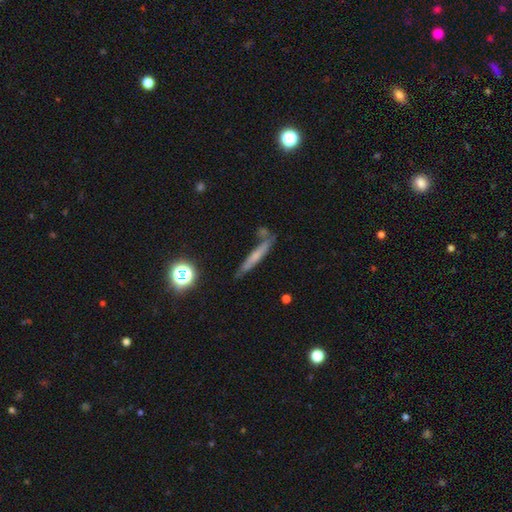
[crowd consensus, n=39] smooth 46%, featured or disk 44%, star or artifact 10%. Down the decision tree: how rounded — cigar-shaped (89%); merging — none (89%).